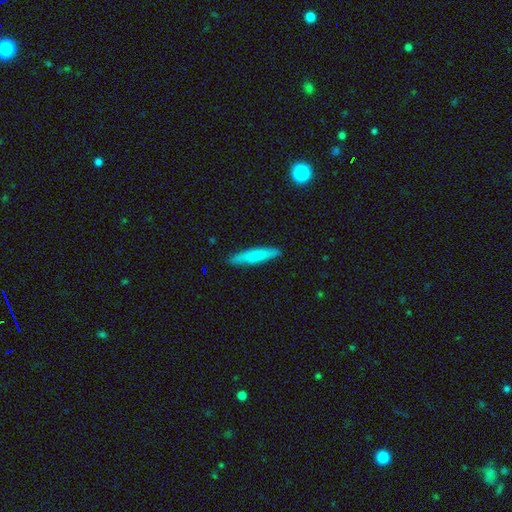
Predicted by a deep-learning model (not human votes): Smooth or featured? smooth (75%)
How rounded? cigar-shaped (88%)
Merging? none (86%)